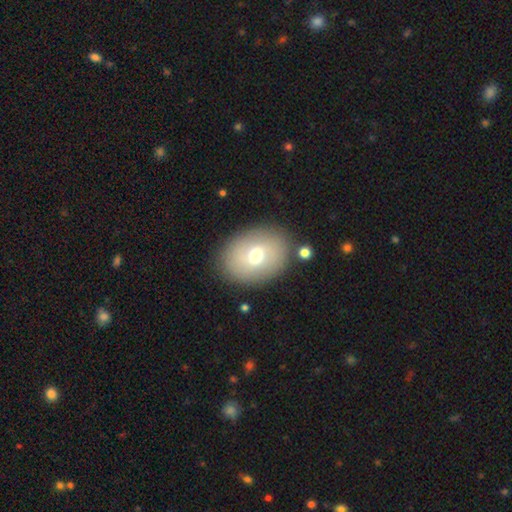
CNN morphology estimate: This is likely a smooth galaxy (65%). How rounded: likely in between (65%). Merging: clearly none (83%).